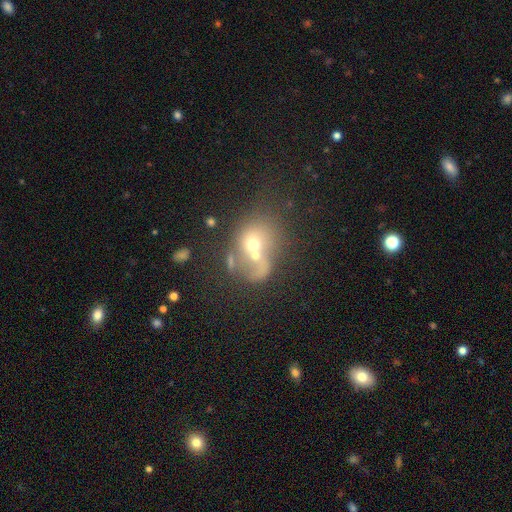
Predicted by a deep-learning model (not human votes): A smooth galaxy with no disk features (49%). Merging: merger (67%).